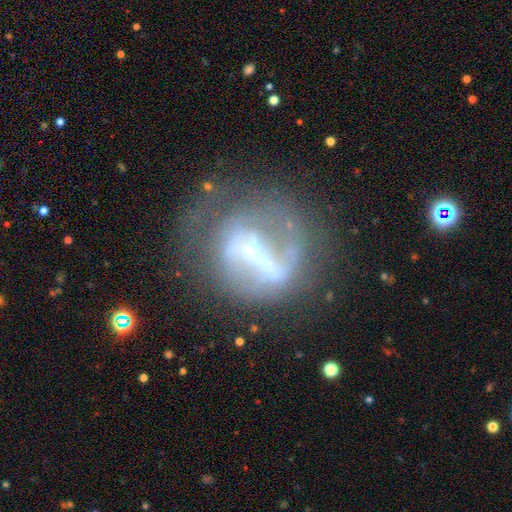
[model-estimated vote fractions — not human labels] Smooth or featured? Predicted: featured or disk (p=0.70). Edge-on disk? Predicted: no (p=0.92). Bar? Predicted: strong (p=0.54). Spiral arms? Predicted: no (p=0.54). Bulge size? Predicted: small (p=0.53). Merging? Predicted: none (p=0.44).